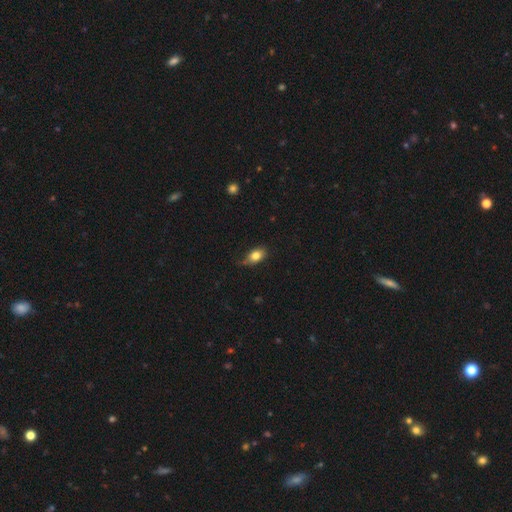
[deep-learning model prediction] Smooth or featured: smooth — 81% (featured or disk — 10%)
How rounded: in between — 83% (round — 14%)
Merging: none — 66% (minor disturbance — 27%)